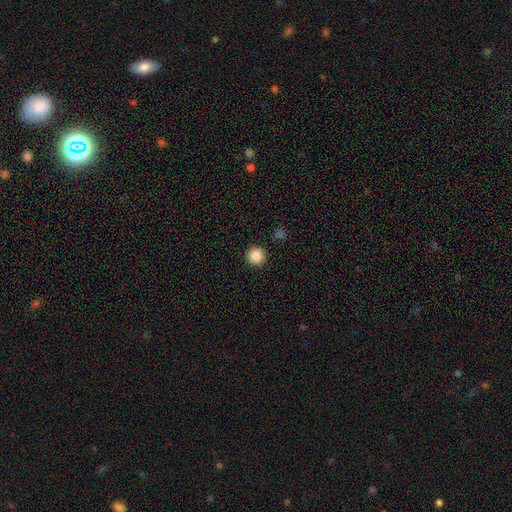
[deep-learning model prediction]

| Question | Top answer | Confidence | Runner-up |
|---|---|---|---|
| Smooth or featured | smooth | 87% | star or artifact (10%) |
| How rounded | round | 96% | in between (3%) |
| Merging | none | 92% | minor disturbance (5%) |